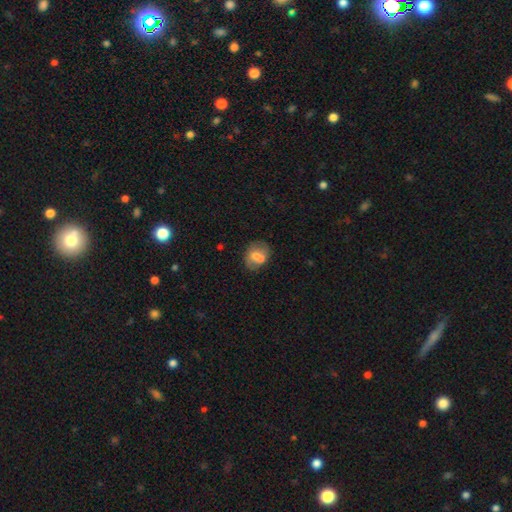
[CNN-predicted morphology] Smooth or featured: smooth — 57% (featured or disk — 34%)
How rounded: in between — 51% (round — 48%)
Merging: none — 48% (merger — 29%)